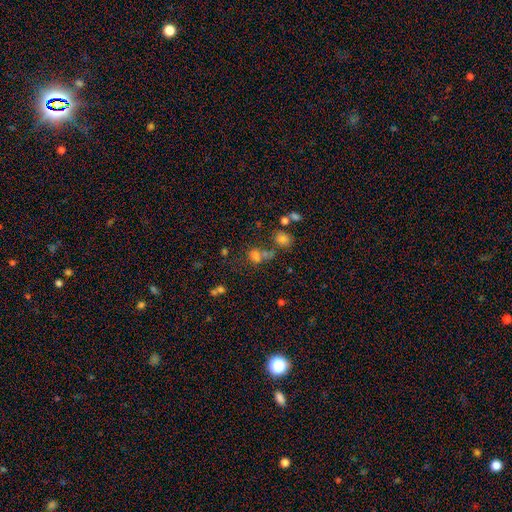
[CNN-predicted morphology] smooth 62%, star or artifact 26%, featured or disk 12%. Down the decision tree: how rounded — round (53%); merging — none (44%).